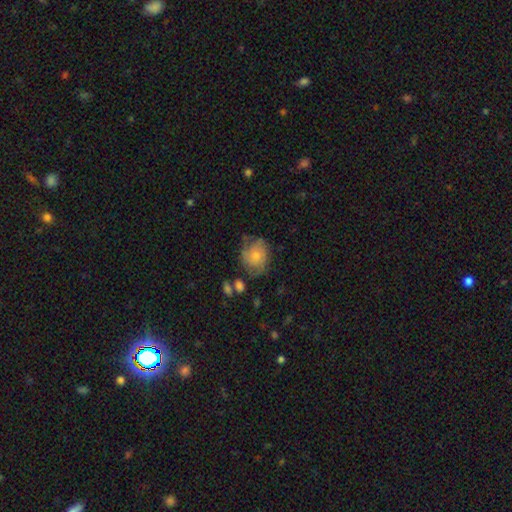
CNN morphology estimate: smooth 54%, featured or disk 39%, star or artifact 8%. Down the decision tree: how rounded — round (65%); merging — none (55%).